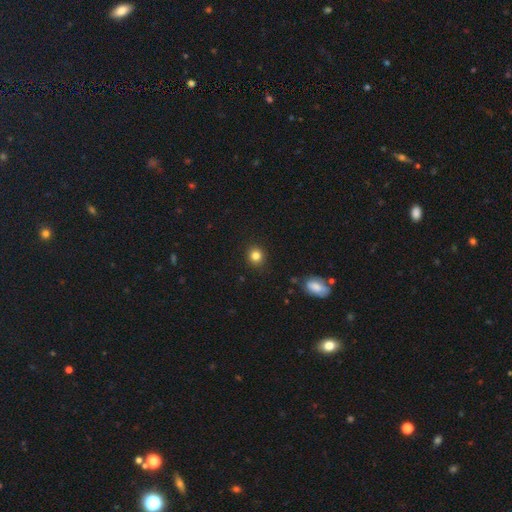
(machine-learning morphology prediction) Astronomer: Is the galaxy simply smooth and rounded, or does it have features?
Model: smooth — 82%.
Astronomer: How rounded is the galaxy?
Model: round — 86%.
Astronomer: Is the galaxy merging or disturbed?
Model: none — 90%.